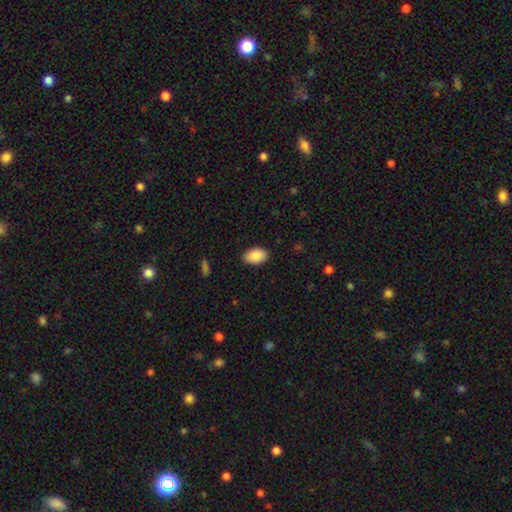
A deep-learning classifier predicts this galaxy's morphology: type=smooth (88%); roundness=in between (93%); merging=none (89%).